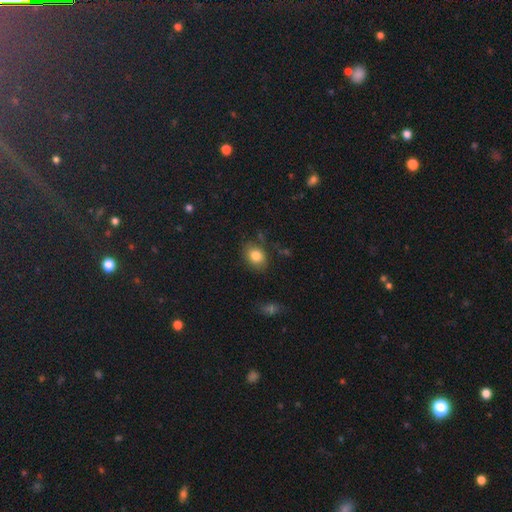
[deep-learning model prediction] Overall: smooth (82%). How rounded: in between (65%; round 34%). Merging: none (79%).